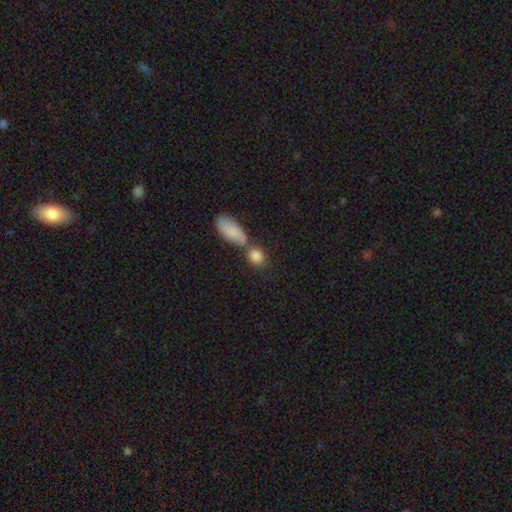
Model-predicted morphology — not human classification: Smooth or featured?
  - smooth: 81% *
  - star or artifact: 10%
  - featured or disk: 9%
How rounded?
  - in between: 49% *
  - round: 43%
  - cigar-shaped: 8%
Merging?
  - merger: 45% *
  - none: 41%
  - minor disturbance: 10%
  - major disturbance: 5%